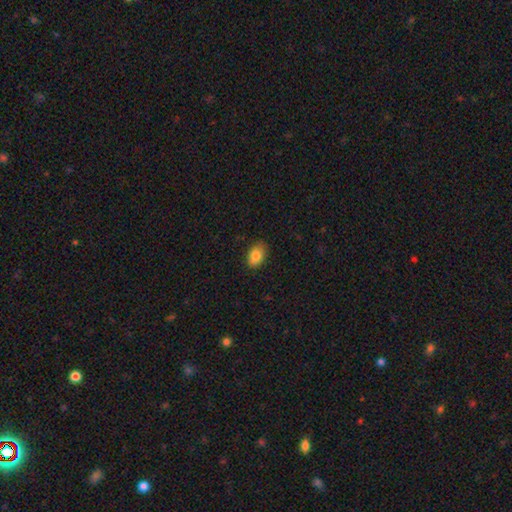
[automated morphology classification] A smooth galaxy with no disk features (84%) that is in between round and cigar-shaped (85%). Merging: none (83%).